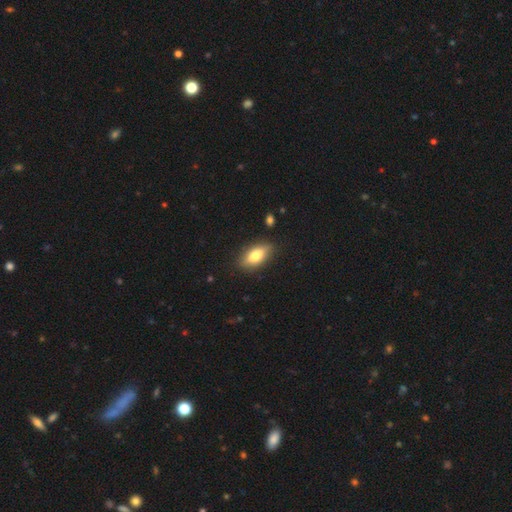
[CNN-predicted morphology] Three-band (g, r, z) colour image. It shows a smooth galaxy with no disk features (69%) that is in between round and cigar-shaped (79%). Merging: none (83%).